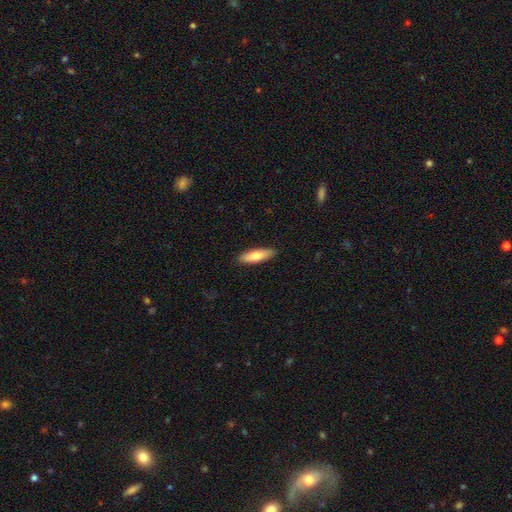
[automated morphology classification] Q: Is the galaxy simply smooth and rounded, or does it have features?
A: smooth — 75%.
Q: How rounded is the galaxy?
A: cigar-shaped — 57%.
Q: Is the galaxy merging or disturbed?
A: none — 89%.